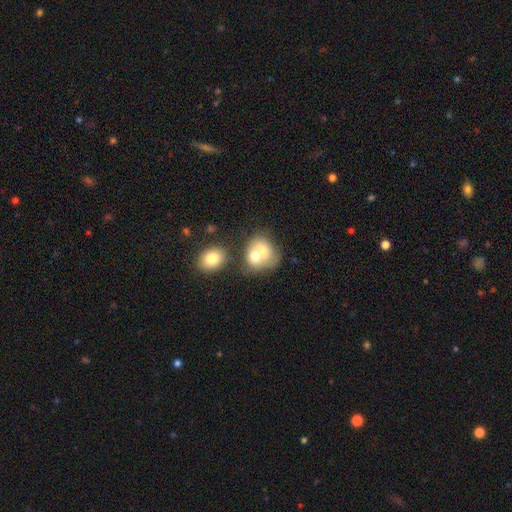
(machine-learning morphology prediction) smooth_or_featured: smooth (p=0.68) [alt: featured or disk p=0.24]
how_rounded: round (p=0.61) [alt: in between p=0.38]
merging: merger (p=0.66) [alt: none p=0.22]